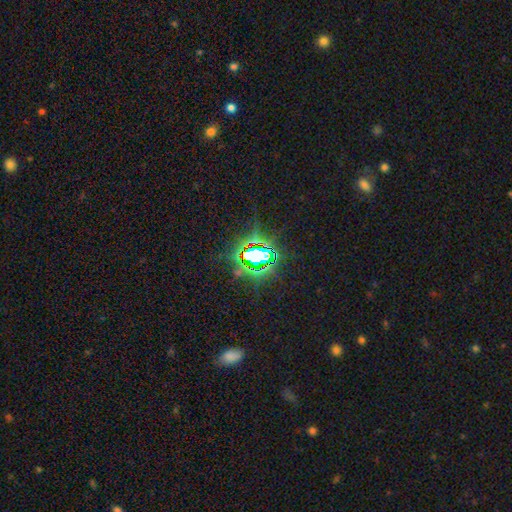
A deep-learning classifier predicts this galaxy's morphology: Smooth or featured? star or artifact (79%)